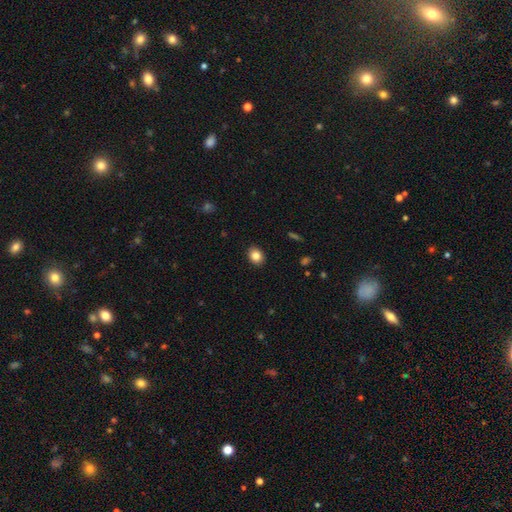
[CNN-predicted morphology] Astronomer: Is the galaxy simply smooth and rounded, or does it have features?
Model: smooth — 84%.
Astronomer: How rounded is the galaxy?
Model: round — 52% (runner-up: in between, 47%).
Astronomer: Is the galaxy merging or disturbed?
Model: none — 90%.